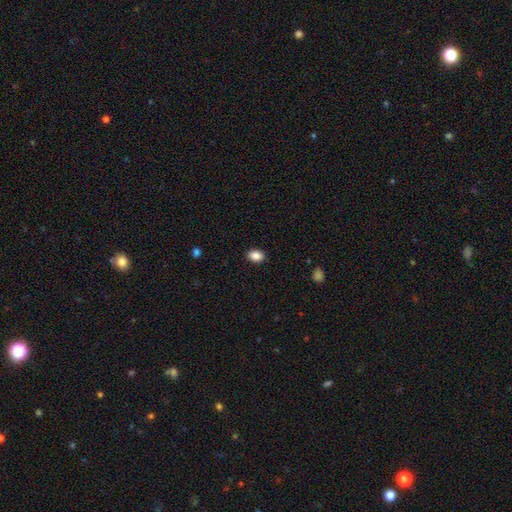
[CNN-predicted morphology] smooth-or-featured: smooth: 88% | star or artifact: 8% | featured or disk: 4%
  how-rounded: in between: 78% | round: 21% | cigar-shaped: 1%
  merging: none: 90% | minor disturbance: 7% | major disturbance: 2% | merger: 1%